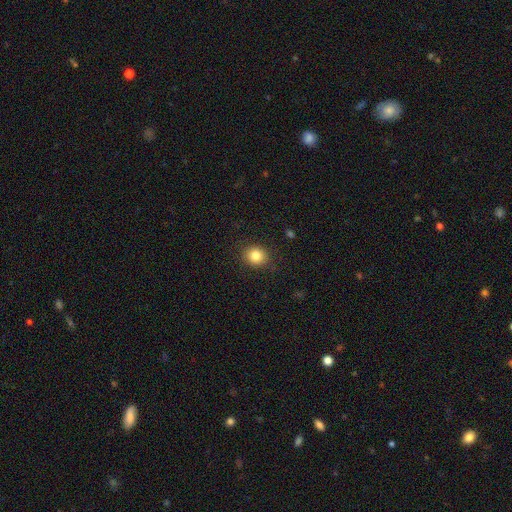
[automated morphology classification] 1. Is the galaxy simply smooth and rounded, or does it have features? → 84% smooth, 11% star or artifact, 6% featured or disk.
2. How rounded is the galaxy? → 82% round, 17% in between, 1% cigar-shaped.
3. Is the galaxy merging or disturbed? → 88% none, 9% minor disturbance, 3% major disturbance, 1% merger.